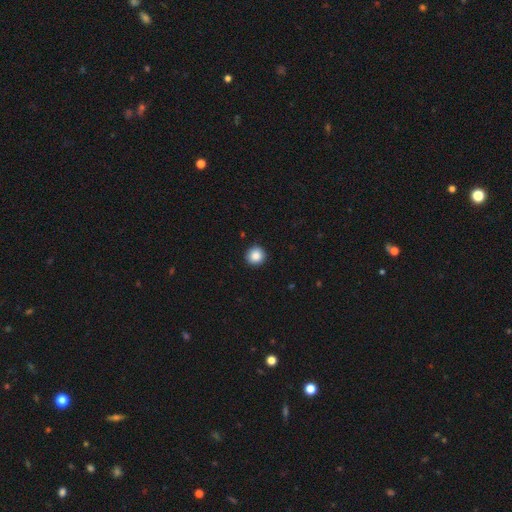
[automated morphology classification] type=smooth (88%); roundness=round (95%); merging=none (92%).